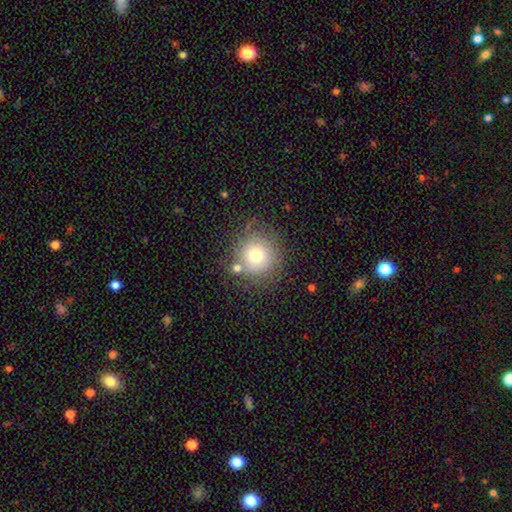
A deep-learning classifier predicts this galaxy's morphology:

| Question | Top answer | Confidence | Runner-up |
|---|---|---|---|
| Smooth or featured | smooth | 71% | featured or disk (16%) |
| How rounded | round | 94% | in between (5%) |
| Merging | none | 75% | minor disturbance (12%) |